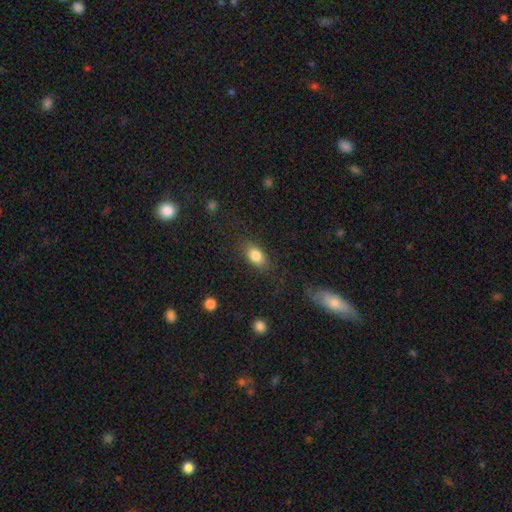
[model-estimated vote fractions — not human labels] A smooth galaxy with no disk features (84%) that is in between round and cigar-shaped (86%). Merging: none (80%).